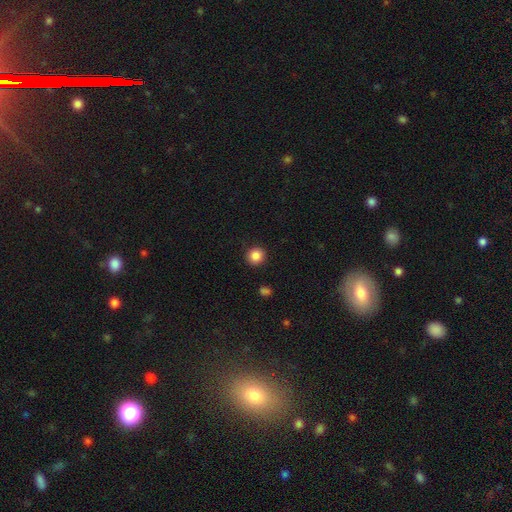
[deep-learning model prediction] smooth_or_featured: smooth (p=0.86) [alt: star or artifact p=0.10]
how_rounded: round (p=0.93) [alt: in between p=0.07]
merging: none (p=0.91) [alt: minor disturbance p=0.05]